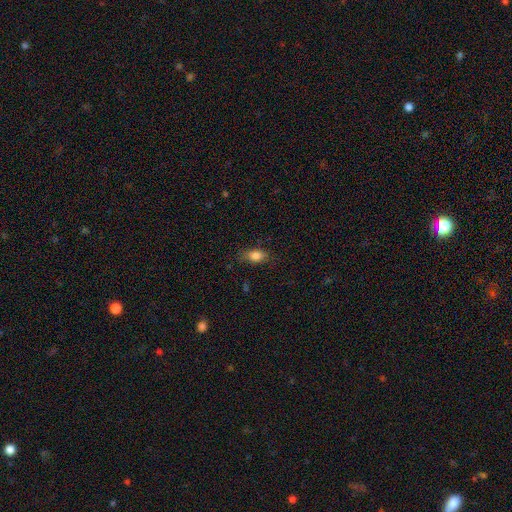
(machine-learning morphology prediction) Overall: smooth (82%). How rounded: in between (82%). Merging: none (76%).